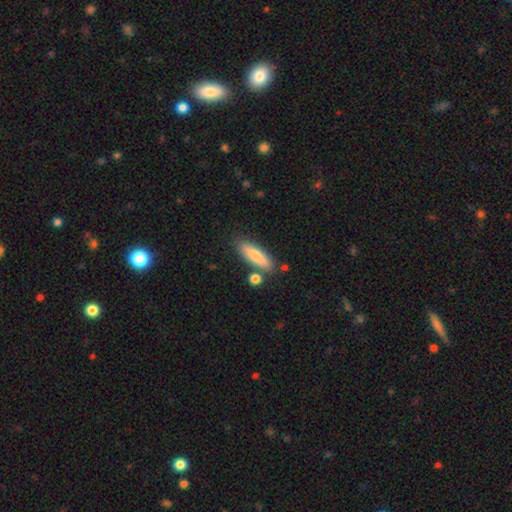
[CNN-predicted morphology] smooth 77%, featured or disk 17%, star or artifact 6%. Down the decision tree: how rounded — cigar-shaped (63%); merging — none (78%).